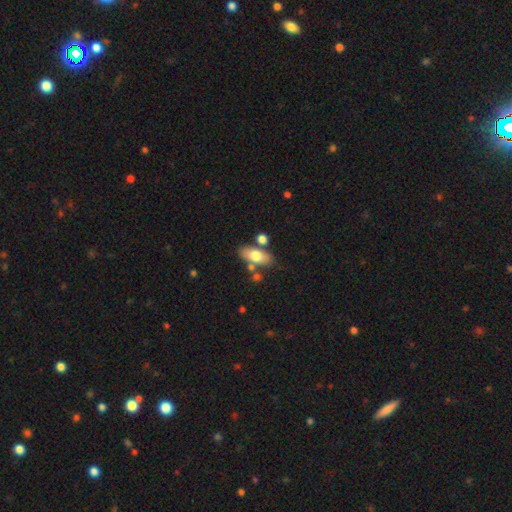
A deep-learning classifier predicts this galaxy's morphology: smooth_or_featured: smooth (p=0.69) [alt: featured or disk p=0.24]
how_rounded: in between (p=0.83) [alt: cigar-shaped p=0.12]
merging: none (p=0.71) [alt: minor disturbance p=0.13]